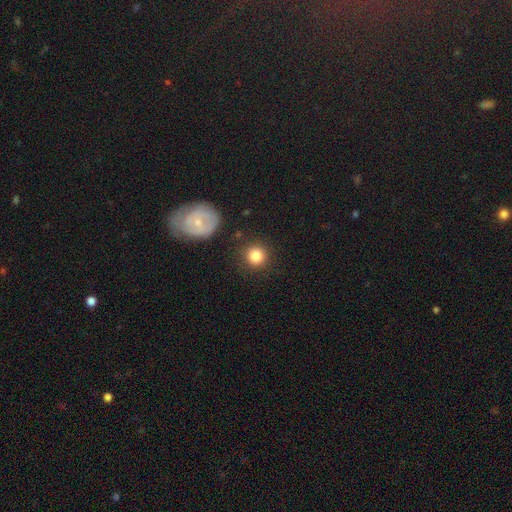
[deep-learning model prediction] Overall: smooth (84%). How rounded: round (94%). Merging: none (86%).